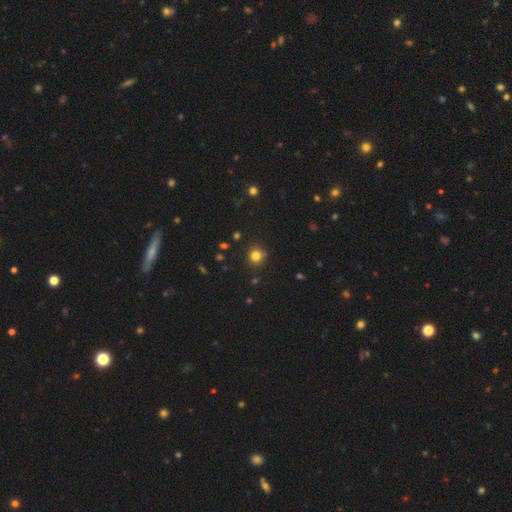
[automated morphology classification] Overall: smooth (81%). How rounded: round (91%). Merging: none (86%).